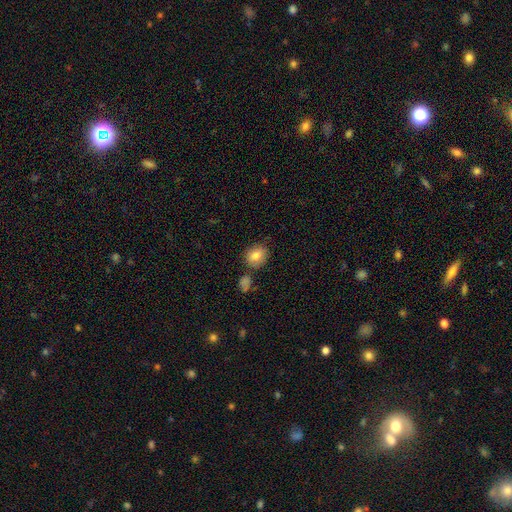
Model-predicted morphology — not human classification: The model was most divided on "how rounded": round: 60%, in between: 39%, cigar-shaped: 1%. More confident: smooth or featured — smooth (83%); merging — none (74%).